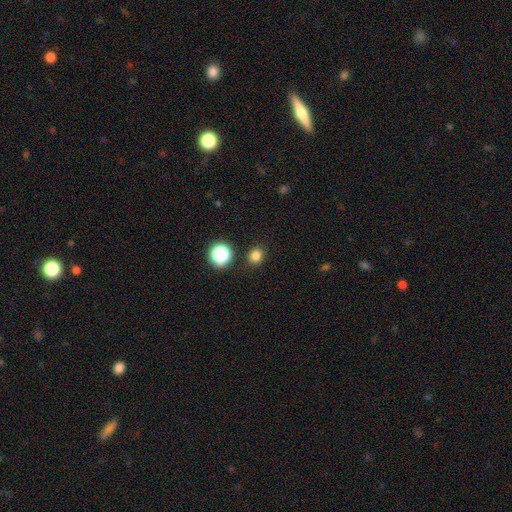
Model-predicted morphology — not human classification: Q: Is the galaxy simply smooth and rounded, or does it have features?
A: smooth — 80%.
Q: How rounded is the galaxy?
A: round — 74%.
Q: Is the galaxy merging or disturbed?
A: none — 88%.